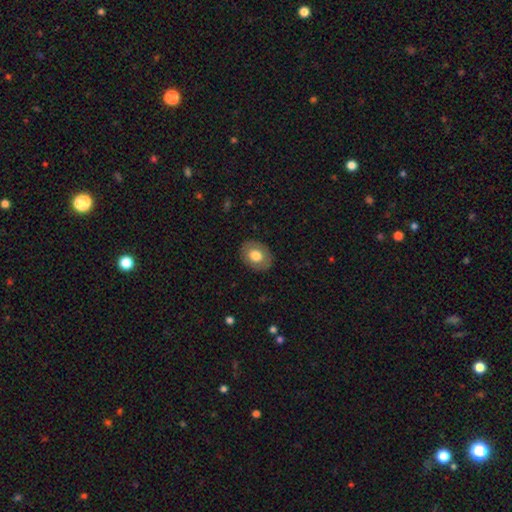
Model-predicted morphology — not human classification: This is likely a smooth galaxy (72%). How rounded: likely in between (62%). Merging: clearly none (86%).